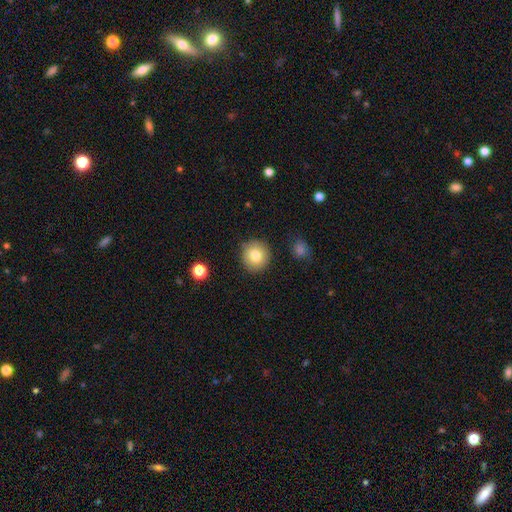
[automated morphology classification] This is clearly a smooth galaxy (81%). How rounded: clearly round (91%). Merging: clearly none (87%).